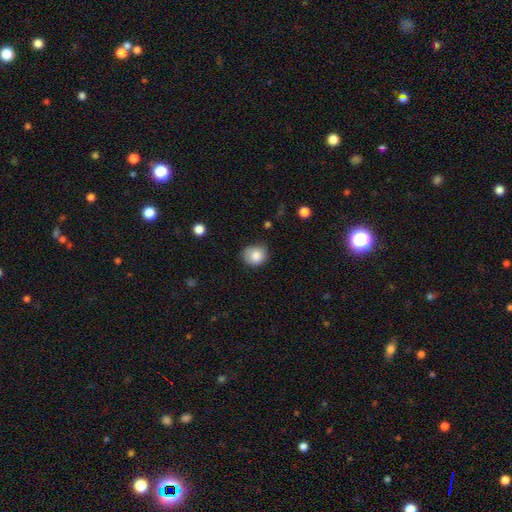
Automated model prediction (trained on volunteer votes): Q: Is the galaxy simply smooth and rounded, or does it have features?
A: smooth — 85%.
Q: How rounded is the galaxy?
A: round — 77%.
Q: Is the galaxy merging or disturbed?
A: none — 69%.